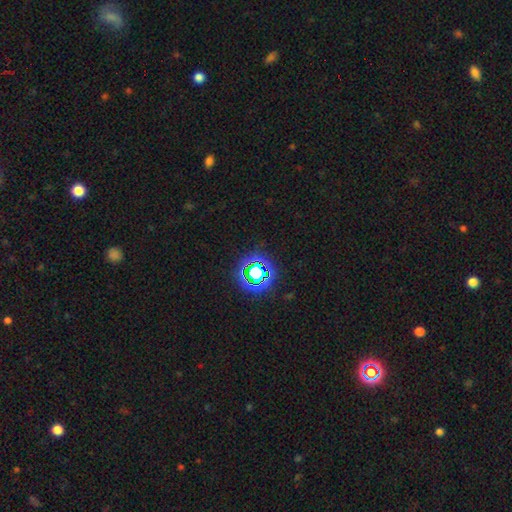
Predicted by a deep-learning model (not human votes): Morphology: type=star or artifact (77%).